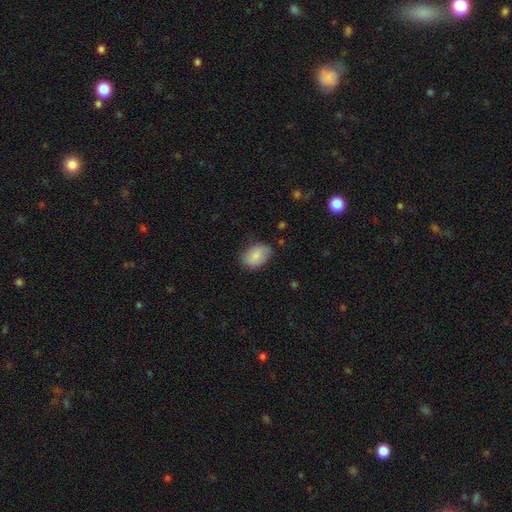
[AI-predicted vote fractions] This is clearly a smooth galaxy (84%). How rounded: clearly in between (86%). Merging: likely none (73%).